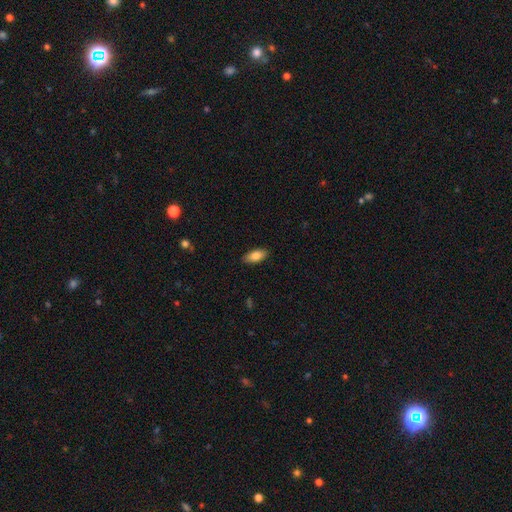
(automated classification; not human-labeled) The model was most divided on "smooth or featured": smooth: 83%, featured or disk: 11%, star or artifact: 7%. More confident: merging — none (89%); how rounded — in between (87%).